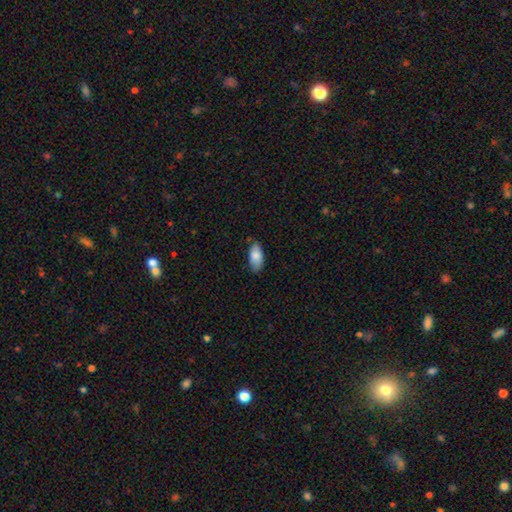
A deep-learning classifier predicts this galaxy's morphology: A smooth galaxy with no disk features (81%) that is in between round and cigar-shaped (92%).

Vote fractions:
- Smooth or featured? smooth: 81% / featured or disk: 12% / star or artifact: 7%
- How rounded? in between: 92% / cigar-shaped: 6% / round: 3%
- Merging? none: 74% / minor disturbance: 22% / major disturbance: 3% / merger: 1%